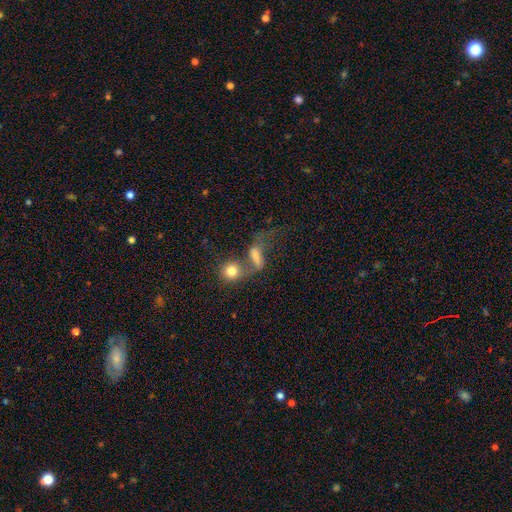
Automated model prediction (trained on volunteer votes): The model was most divided on "smooth or featured": smooth: 51%, featured or disk: 35%, star or artifact: 14%. More confident: how rounded — in between (57%); merging — merger (51%).